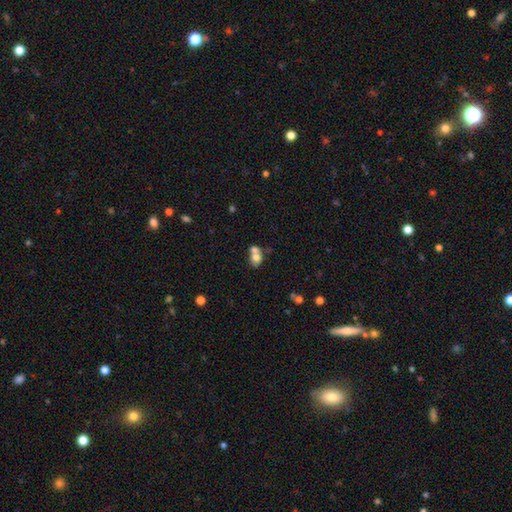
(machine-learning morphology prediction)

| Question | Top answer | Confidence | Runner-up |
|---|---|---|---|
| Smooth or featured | smooth | 70% | featured or disk (19%) |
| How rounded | in between | 54% | round (45%) |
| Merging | merger | 63% | none (26%) |